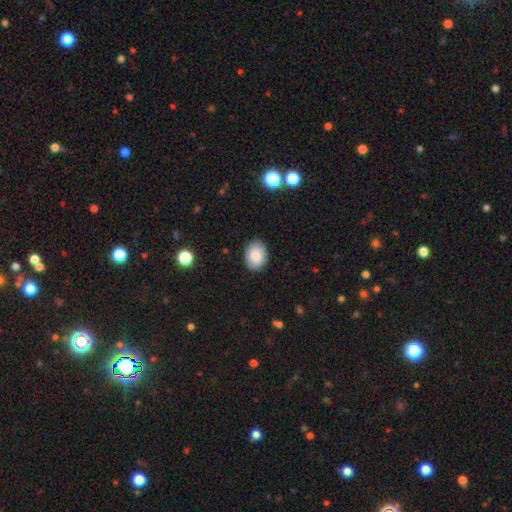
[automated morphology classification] smooth_or_featured: smooth (p=0.87) [alt: star or artifact p=0.07]
how_rounded: in between (p=0.73) [alt: round p=0.26]
merging: none (p=0.86) [alt: minor disturbance p=0.10]